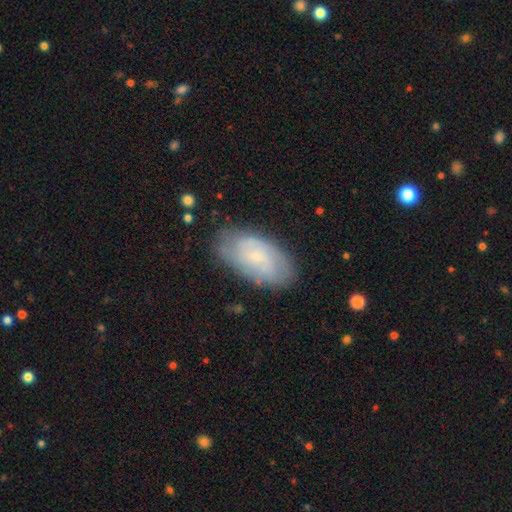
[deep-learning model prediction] Morphology: type=featured or disk (54%); edge-on=no (94%); bar=no (55%); spiral arms=yes (85%); bulge=small (57%); merging=none (75%).